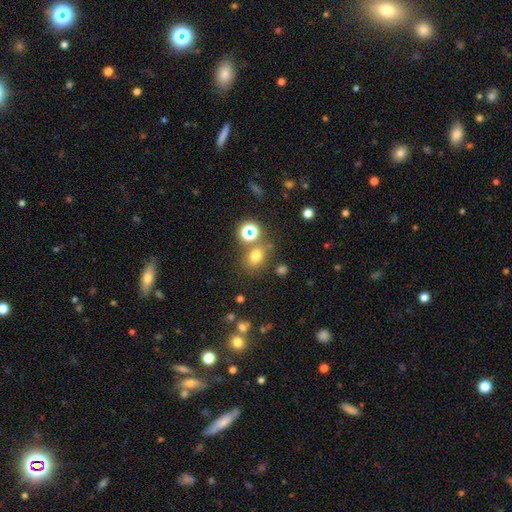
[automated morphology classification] The model was most divided on "how rounded": round: 57%, in between: 42%, cigar-shaped: 1%. More confident: merging — none (71%); smooth or featured — smooth (69%).